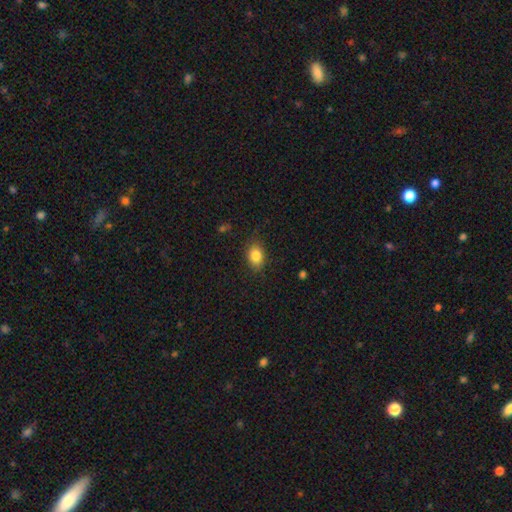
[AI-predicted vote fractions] Smooth or featured? Predicted: smooth (p=0.84). How rounded? Predicted: in between (p=0.74). Merging? Predicted: none (p=0.83).